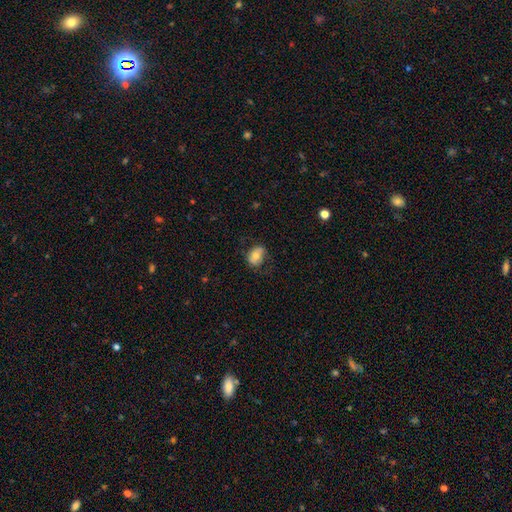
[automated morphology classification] Q: Smooth or featured?
A: smooth (66%); runner-up: featured or disk (26%)
Q: How rounded?
A: in between (70%); runner-up: round (29%)
Q: Merging?
A: none (66%); runner-up: minor disturbance (23%)